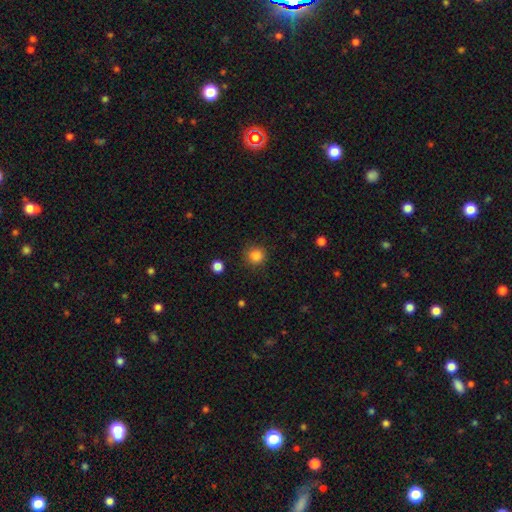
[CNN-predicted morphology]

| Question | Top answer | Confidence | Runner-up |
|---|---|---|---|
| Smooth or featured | smooth | 85% | star or artifact (11%) |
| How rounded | round | 94% | in between (6%) |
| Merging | none | 88% | minor disturbance (7%) |